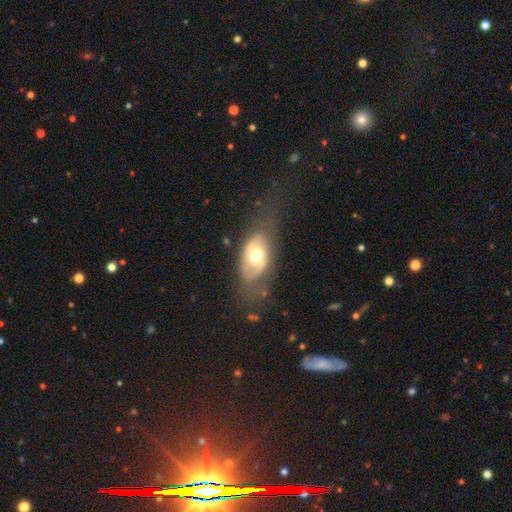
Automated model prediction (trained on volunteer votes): Q: Smooth or featured?
A: smooth (47%); runner-up: featured or disk (46%)
Q: Merging?
A: none (53%); runner-up: minor disturbance (25%)